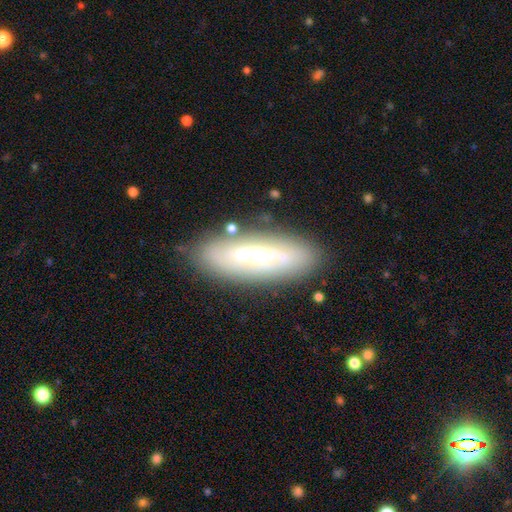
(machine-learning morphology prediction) Smooth or featured? featured or disk (53%)
Edge-on disk? no (62%)
Merging? none (79%)